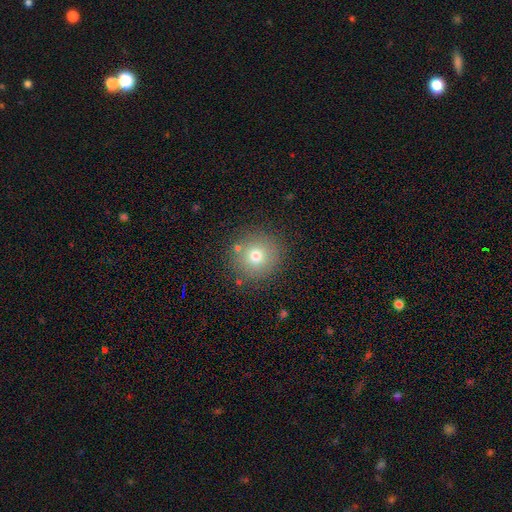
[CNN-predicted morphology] Overall: smooth (73%). How rounded: round (93%). Merging: none (84%).